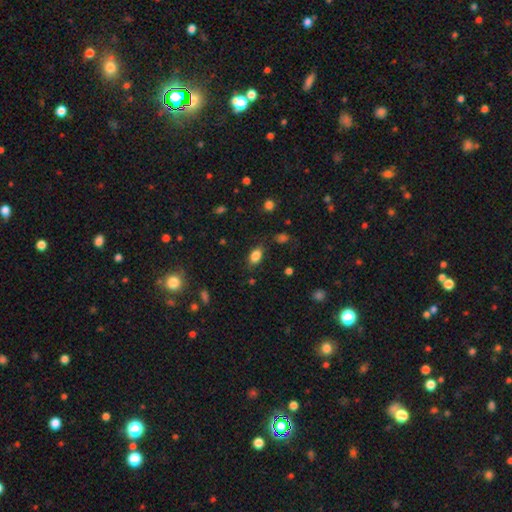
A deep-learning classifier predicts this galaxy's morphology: smooth 82%, star or artifact 9%, featured or disk 8%. Down the decision tree: how rounded — in between (87%); merging — none (79%).